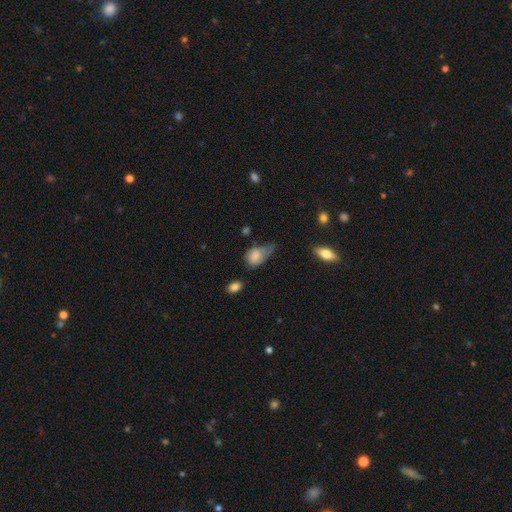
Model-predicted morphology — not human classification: The model was most divided on "merging": minor disturbance: 40%, major disturbance: 35%, none: 20%, merger: 5%. More confident: how rounded — in between (77%); smooth or featured — smooth (77%).